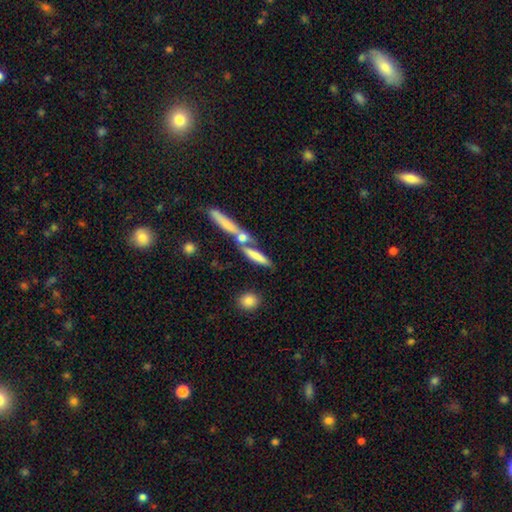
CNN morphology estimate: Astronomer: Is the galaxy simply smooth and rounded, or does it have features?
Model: smooth — 65%.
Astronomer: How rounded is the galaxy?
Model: cigar-shaped — 74%.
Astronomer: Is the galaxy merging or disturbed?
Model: none — 47% (runner-up: merger, 38%).